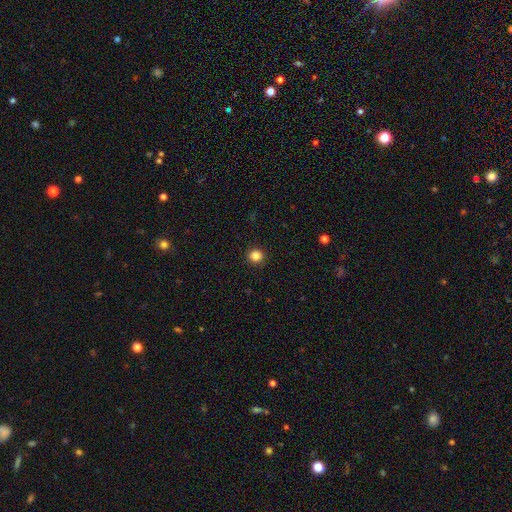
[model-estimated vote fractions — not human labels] A smooth galaxy with no disk features (85%) that is round (94%).

Vote fractions:
- Smooth or featured? smooth: 85% / star or artifact: 11% / featured or disk: 4%
- How rounded? round: 94% / in between: 5% / cigar-shaped: 1%
- Merging? none: 92% / minor disturbance: 5% / major disturbance: 2% / merger: 1%